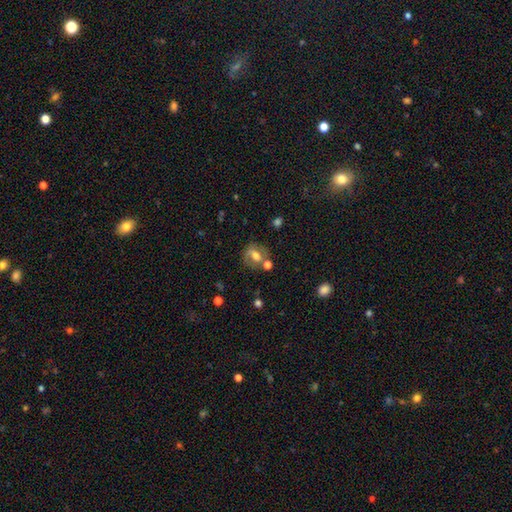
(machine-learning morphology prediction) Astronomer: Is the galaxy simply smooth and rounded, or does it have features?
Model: smooth — 55% (runner-up: featured or disk, 34%).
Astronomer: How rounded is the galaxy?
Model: round — 50% (runner-up: in between, 47%).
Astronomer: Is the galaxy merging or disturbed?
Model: none — 57%.